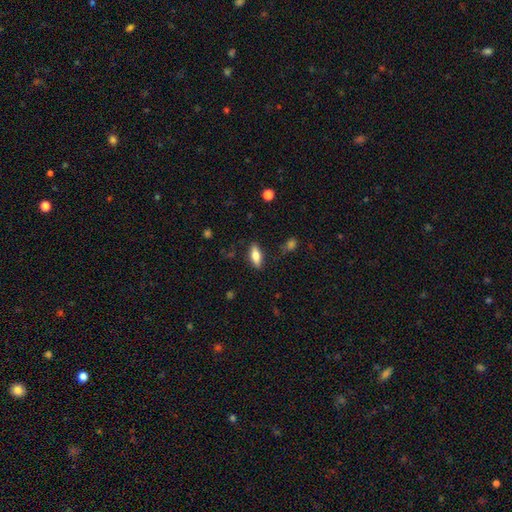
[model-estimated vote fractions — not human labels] Smooth or featured? Predicted: smooth (p=0.72). How rounded? Predicted: in between (p=0.71). Merging? Predicted: none (p=0.84).